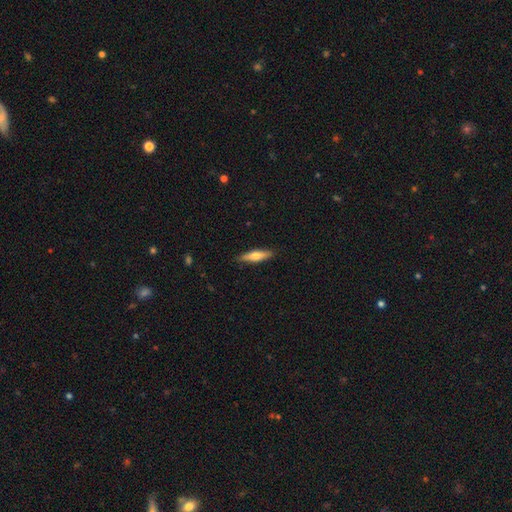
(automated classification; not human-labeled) Morphology: type=smooth (61%); roundness=cigar-shaped (72%); merging=none (88%).